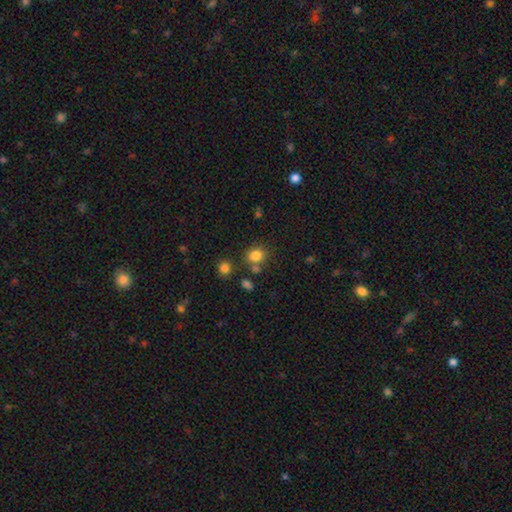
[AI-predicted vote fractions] The model was most divided on "how rounded": round: 68%, in between: 31%, cigar-shaped: 1%. More confident: smooth or featured — smooth (82%); merging — none (71%).